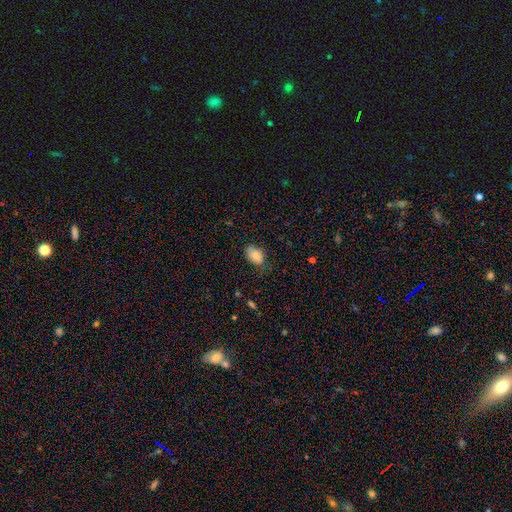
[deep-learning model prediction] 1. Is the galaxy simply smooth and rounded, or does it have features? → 83% smooth, 9% featured or disk, 8% star or artifact.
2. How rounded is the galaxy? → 87% in between, 11% round, 1% cigar-shaped.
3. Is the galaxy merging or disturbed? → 71% none, 23% minor disturbance, 5% major disturbance, 1% merger.